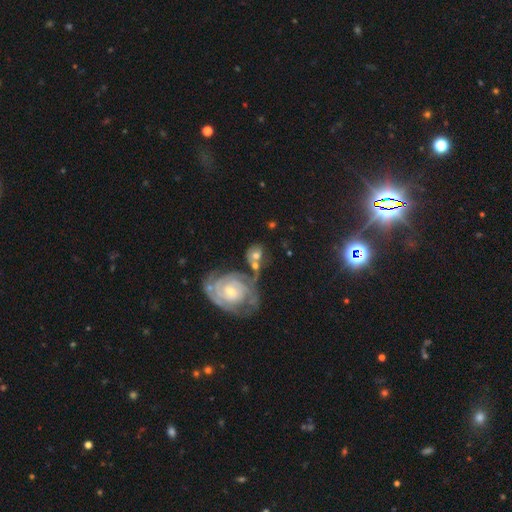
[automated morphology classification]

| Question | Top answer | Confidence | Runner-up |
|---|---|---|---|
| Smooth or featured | featured or disk | 50% | smooth (41%) |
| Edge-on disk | no | 95% | yes (5%) |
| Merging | none | 42% | merger (35%) |